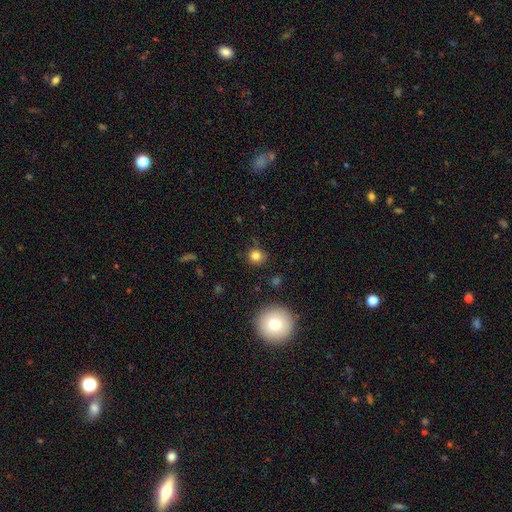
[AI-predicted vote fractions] This is clearly a smooth galaxy (81%). How rounded: clearly round (84%). Merging: likely none (79%).